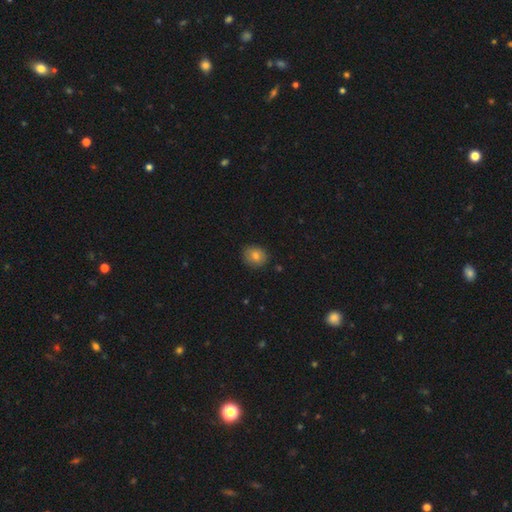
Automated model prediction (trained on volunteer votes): smooth 76%, featured or disk 14%, star or artifact 10%. Down the decision tree: how rounded — round (67%); merging — none (85%).